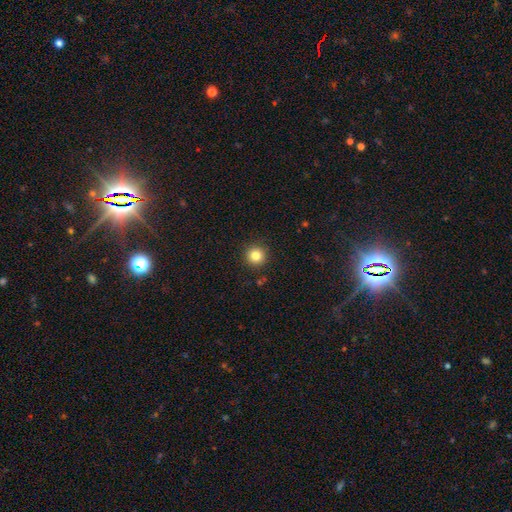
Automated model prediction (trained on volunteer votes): The model was most divided on "smooth or featured": smooth: 83%, star or artifact: 12%, featured or disk: 6%. More confident: how rounded — round (95%); merging — none (91%).